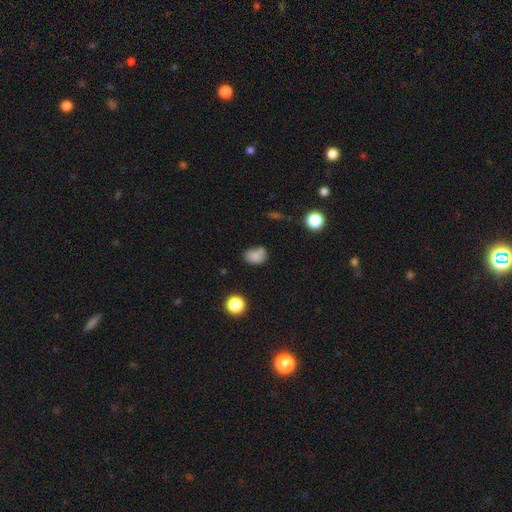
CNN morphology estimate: Overall: smooth (79%). How rounded: in between (67%; round 31%). Merging: none (54%; merger 22%).